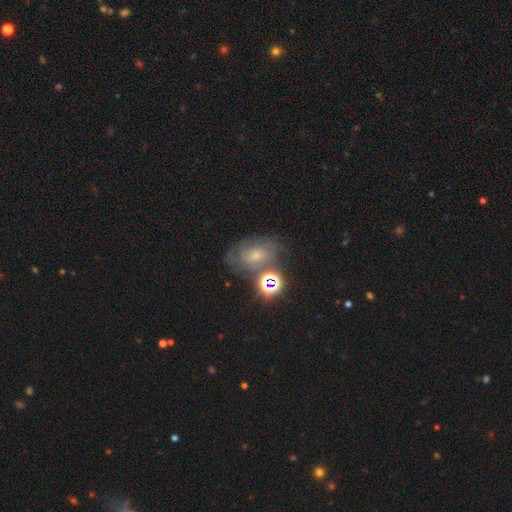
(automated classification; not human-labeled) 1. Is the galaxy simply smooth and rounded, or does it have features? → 42% featured or disk, 35% smooth, 23% star or artifact.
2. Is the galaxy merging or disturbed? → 49% none, 22% minor disturbance, 15% merger, 14% major disturbance.